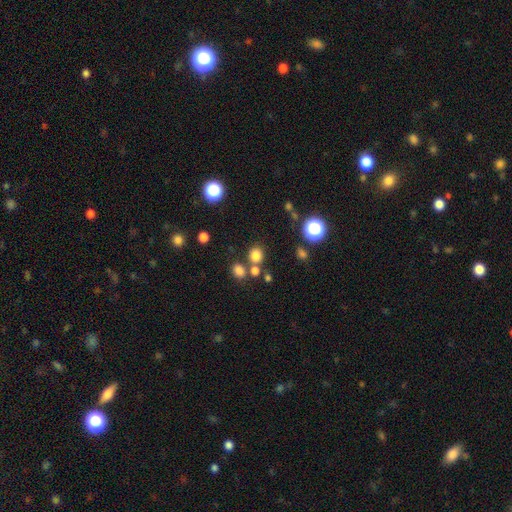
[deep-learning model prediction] Smooth or featured: smooth — 77% (star or artifact — 17%)
How rounded: round — 79% (in between — 20%)
Merging: none — 69% (merger — 19%)